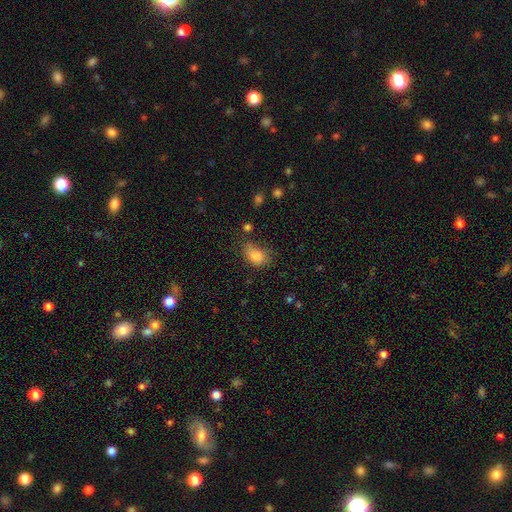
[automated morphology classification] smooth_or_featured: smooth (p=0.81) [alt: star or artifact p=0.11]
how_rounded: in between (p=0.83) [alt: round p=0.16]
merging: none (p=0.47) [alt: minor disturbance p=0.33]